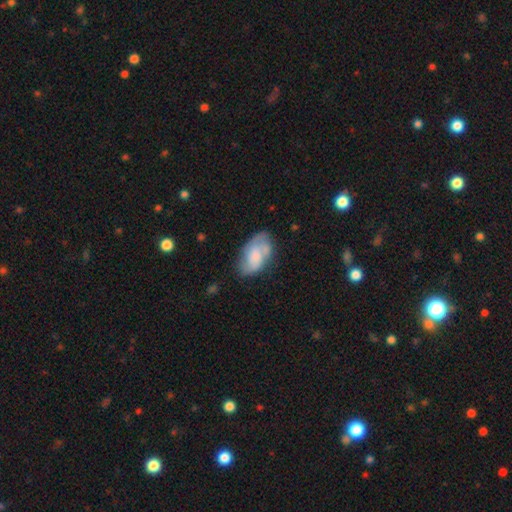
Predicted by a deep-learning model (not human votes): Smooth or featured? Predicted: smooth (p=0.49). Merging? Predicted: none (p=0.52).